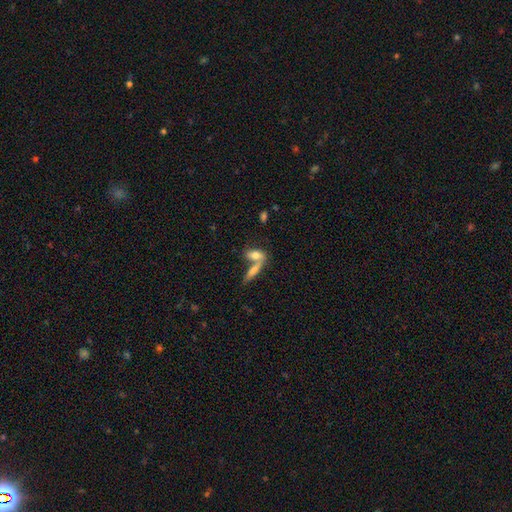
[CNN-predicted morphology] A smooth galaxy with no disk features (68%) that is in between round and cigar-shaped (69%).

Vote fractions:
- Smooth or featured? smooth: 68% / featured or disk: 24% / star or artifact: 8%
- How rounded? in between: 69% / cigar-shaped: 26% / round: 5%
- Merging? merger: 55% / none: 32% / minor disturbance: 8% / major disturbance: 4%